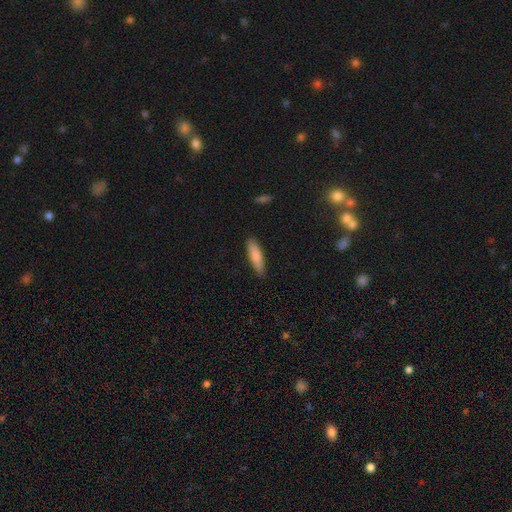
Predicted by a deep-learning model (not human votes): smooth 79%, featured or disk 15%, star or artifact 6%. Down the decision tree: how rounded — cigar-shaped (71%); merging — none (88%).